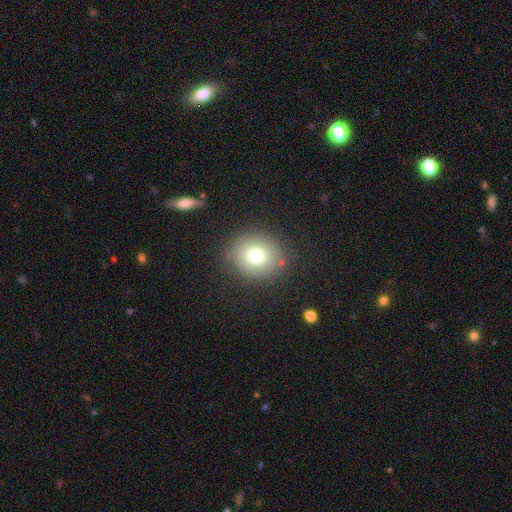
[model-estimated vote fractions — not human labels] Smooth or featured: smooth — 74% (star or artifact — 13%)
How rounded: round — 74% (in between — 25%)
Merging: none — 83% (minor disturbance — 11%)